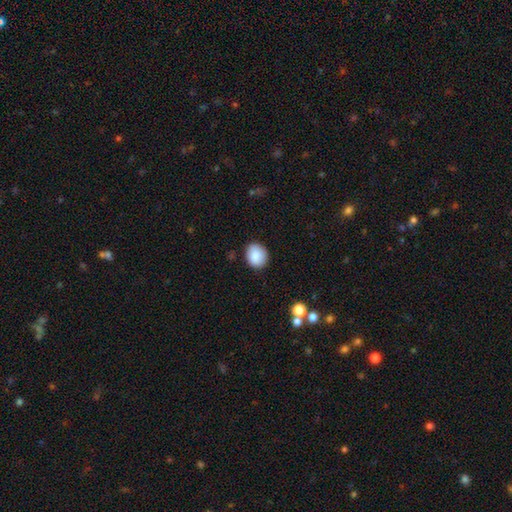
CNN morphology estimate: Smooth or featured? smooth (88%)
How rounded? round (65%)
Merging? none (86%)